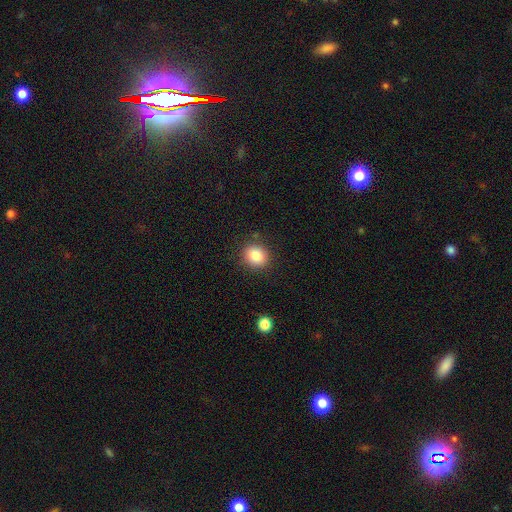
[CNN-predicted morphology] The model was most divided on "how rounded": round: 68%, in between: 31%, cigar-shaped: 1%. More confident: smooth or featured — smooth (87%); merging — none (85%).